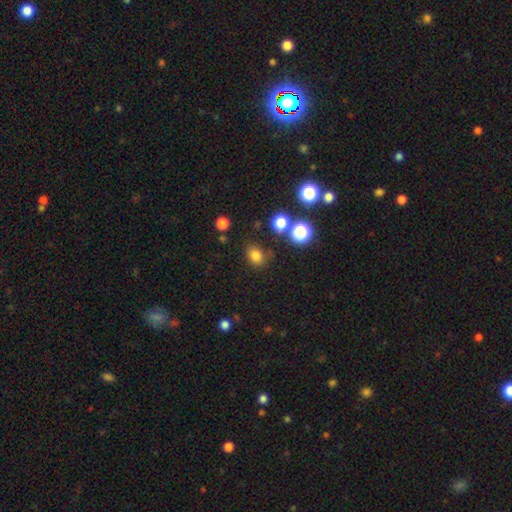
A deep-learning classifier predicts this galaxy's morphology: The model was most divided on "how rounded": round: 51%, in between: 48%, cigar-shaped: 1%. More confident: smooth or featured — smooth (77%); merging — none (75%).